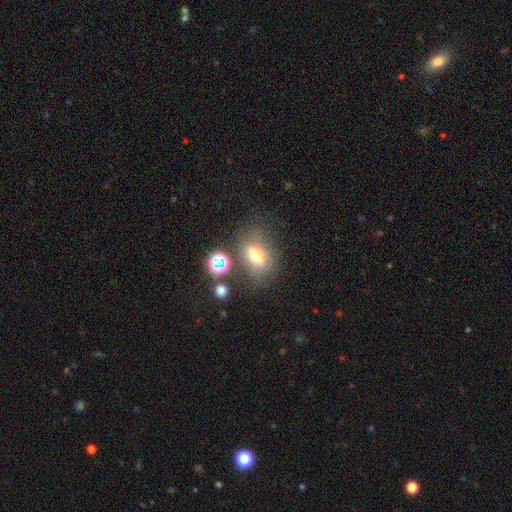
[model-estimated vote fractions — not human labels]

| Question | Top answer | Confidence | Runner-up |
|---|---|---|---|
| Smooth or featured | smooth | 62% | featured or disk (22%) |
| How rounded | in between | 77% | round (17%) |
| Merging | none | 61% | minor disturbance (19%) |